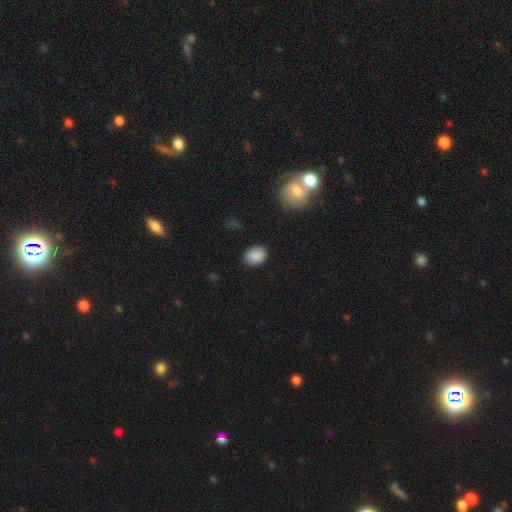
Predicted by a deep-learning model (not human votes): Smooth or featured: smooth — 87% (star or artifact — 8%)
How rounded: in between — 67% (round — 32%)
Merging: none — 84% (minor disturbance — 12%)